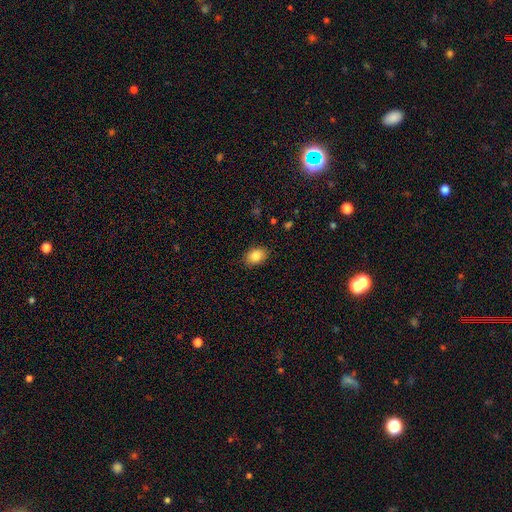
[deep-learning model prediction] A smooth galaxy with no disk features (85%) that is in between round and cigar-shaped (82%).

Vote fractions:
- Smooth or featured? smooth: 85% / star or artifact: 8% / featured or disk: 6%
- How rounded? in between: 82% / round: 17% / cigar-shaped: 1%
- Merging? none: 88% / minor disturbance: 9% / major disturbance: 2% / merger: 1%